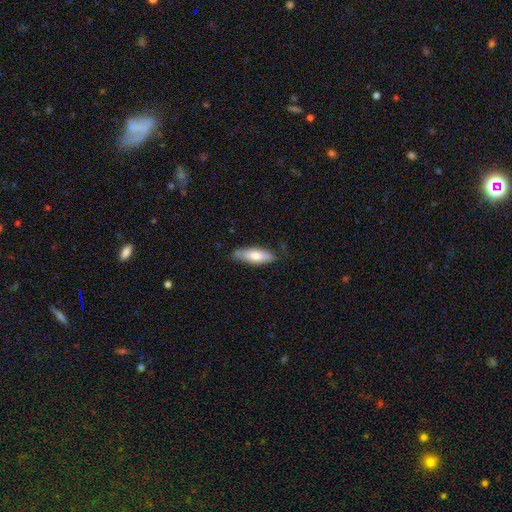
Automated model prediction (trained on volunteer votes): Smooth or featured? Predicted: smooth (p=0.71). How rounded? Predicted: in between (p=0.59). Merging? Predicted: none (p=0.72).